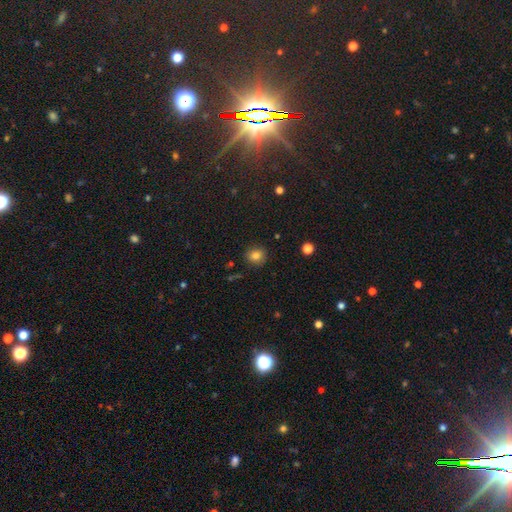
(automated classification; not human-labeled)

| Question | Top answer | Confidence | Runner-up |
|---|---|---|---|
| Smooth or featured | smooth | 80% | star or artifact (12%) |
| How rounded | round | 85% | in between (14%) |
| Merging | none | 87% | minor disturbance (9%) |